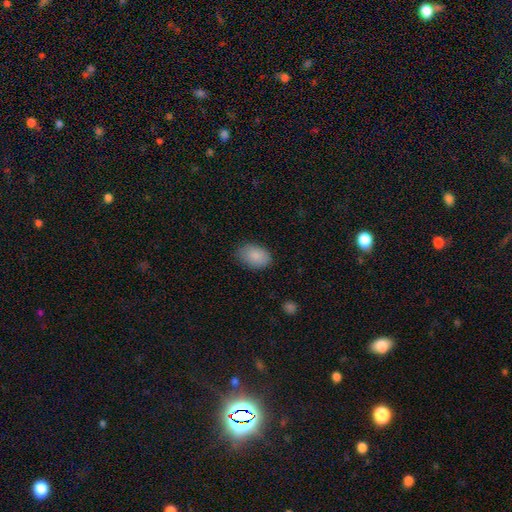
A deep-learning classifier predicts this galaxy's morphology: A smooth galaxy with no disk features (88%) that is in between round and cigar-shaped (90%).

Vote fractions:
- Smooth or featured? smooth: 88% / star or artifact: 7% / featured or disk: 6%
- How rounded? in between: 90% / round: 9% / cigar-shaped: 1%
- Merging? none: 81% / minor disturbance: 15% / major disturbance: 3% / merger: 1%